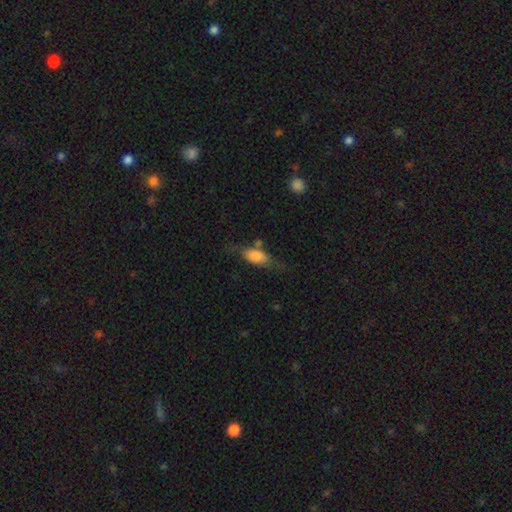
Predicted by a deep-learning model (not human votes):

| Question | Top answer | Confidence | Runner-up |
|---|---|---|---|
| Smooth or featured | smooth | 73% | featured or disk (20%) |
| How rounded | in between | 78% | cigar-shaped (18%) |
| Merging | none | 55% | minor disturbance (26%) |